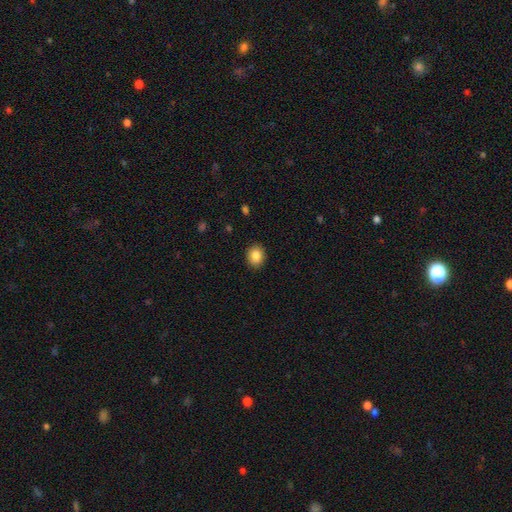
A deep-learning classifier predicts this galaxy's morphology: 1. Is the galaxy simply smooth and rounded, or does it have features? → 86% smooth, 9% star or artifact, 5% featured or disk.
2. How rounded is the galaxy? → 54% round, 45% in between, 1% cigar-shaped.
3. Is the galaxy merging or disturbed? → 90% none, 7% minor disturbance, 2% major disturbance, 1% merger.